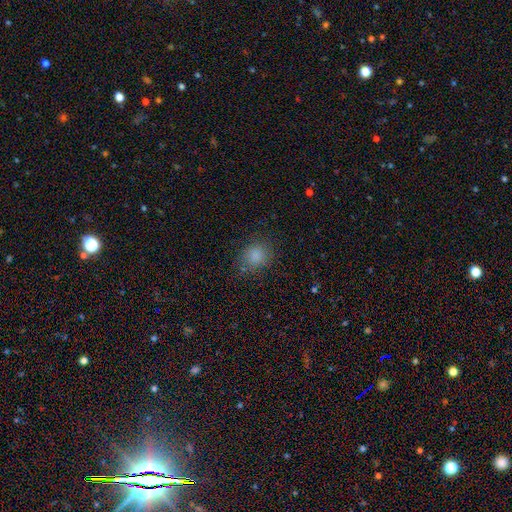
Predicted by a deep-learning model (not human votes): Overall: smooth (83%). How rounded: round (69%; in between 30%). Merging: none (79%).